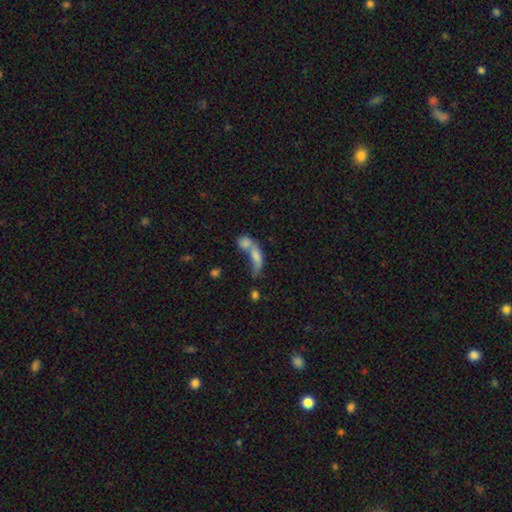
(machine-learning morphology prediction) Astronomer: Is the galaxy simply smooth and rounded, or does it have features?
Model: smooth — 66%.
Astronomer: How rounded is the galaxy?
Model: in between — 60%.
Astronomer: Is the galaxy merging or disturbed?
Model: merger — 70%.